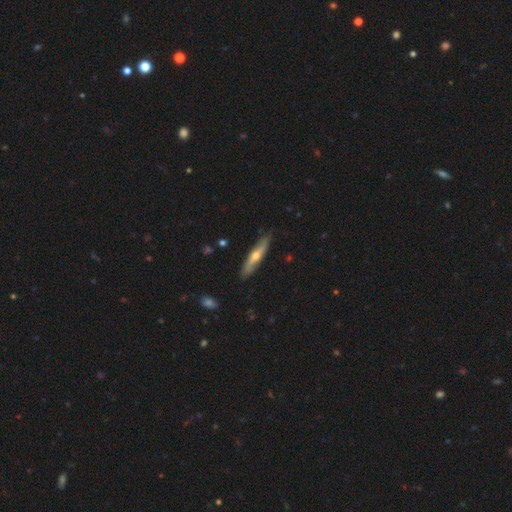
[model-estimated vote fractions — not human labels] Morphology: type=featured or disk (56%); edge-on=yes (78%); merging=none (84%).